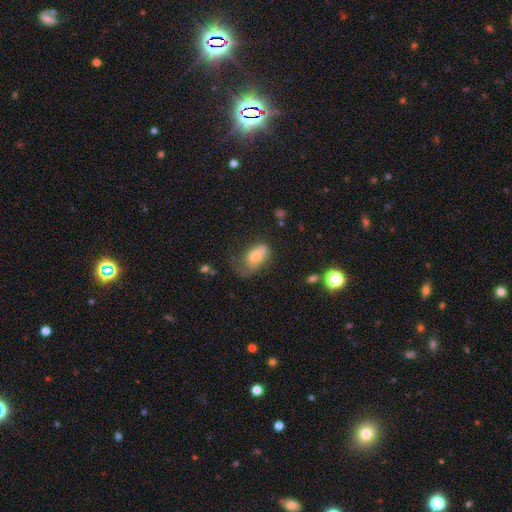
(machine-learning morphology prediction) type=smooth (68%); roundness=in between (88%); merging=none (33%).